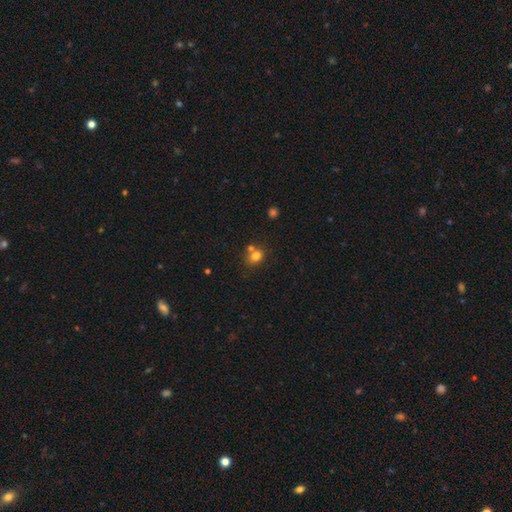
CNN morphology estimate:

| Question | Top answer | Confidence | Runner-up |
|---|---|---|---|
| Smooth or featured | smooth | 78% | star or artifact (13%) |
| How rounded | round | 56% | in between (43%) |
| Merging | none | 56% | merger (28%) |